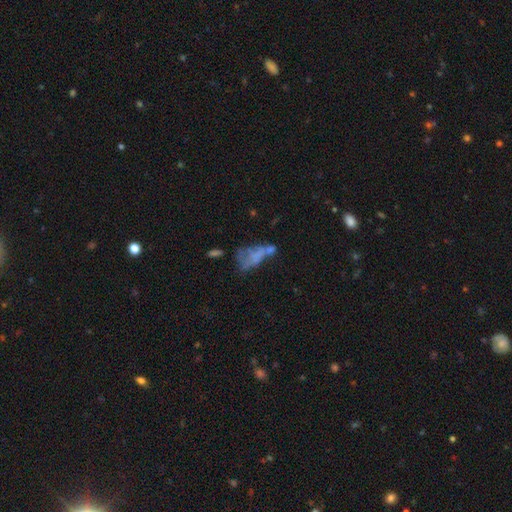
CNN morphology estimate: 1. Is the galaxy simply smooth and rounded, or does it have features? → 45% smooth, 39% featured or disk, 16% star or artifact.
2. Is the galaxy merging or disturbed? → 34% merger, 30% major disturbance, 20% none, 15% minor disturbance.